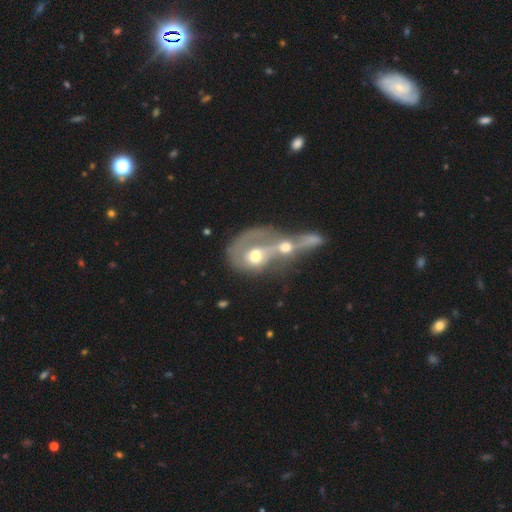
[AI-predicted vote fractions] Smooth or featured: featured or disk — 59% (smooth — 32%)
Edge-on disk: no — 93% (yes — 7%)
Bar: no — 77% (weak — 17%)
Spiral arms: no — 55% (yes — 45%)
Bulge size: moderate — 68% (large — 17%)
Merging: merger — 80% (major disturbance — 9%)